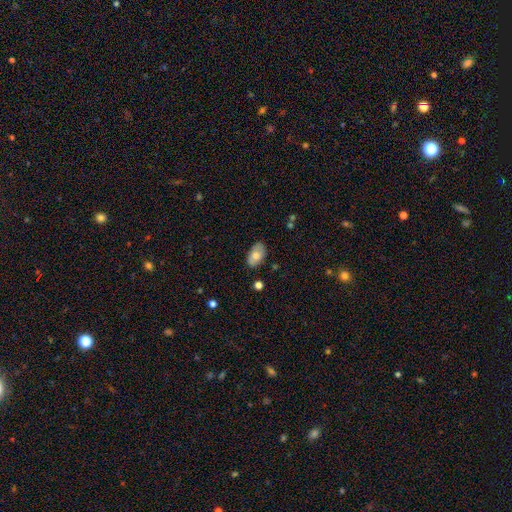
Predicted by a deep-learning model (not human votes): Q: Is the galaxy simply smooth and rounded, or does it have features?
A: smooth — 72%.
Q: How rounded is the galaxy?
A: in between — 93%.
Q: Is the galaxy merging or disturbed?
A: none — 81%.